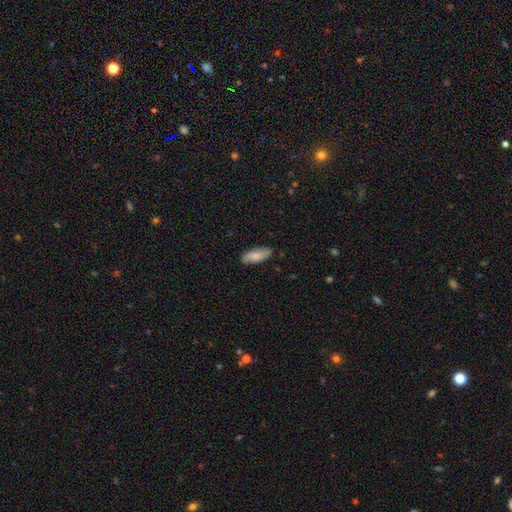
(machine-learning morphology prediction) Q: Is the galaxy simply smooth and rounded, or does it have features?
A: smooth — 83%.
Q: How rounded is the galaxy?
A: in between — 76%.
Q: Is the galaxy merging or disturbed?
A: none — 86%.